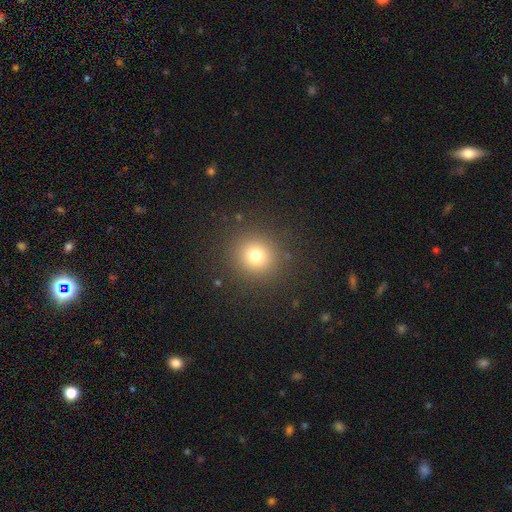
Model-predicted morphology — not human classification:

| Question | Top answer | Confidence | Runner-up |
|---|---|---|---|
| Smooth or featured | smooth | 75% | star or artifact (16%) |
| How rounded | round | 92% | in between (7%) |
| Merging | none | 89% | minor disturbance (6%) |